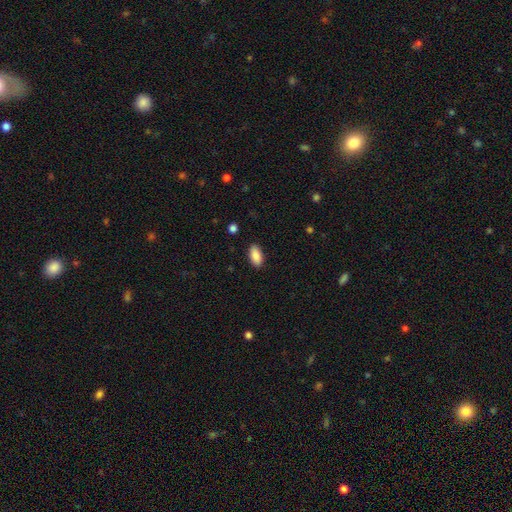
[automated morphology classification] Smooth or featured? smooth (89%)
How rounded? in between (92%)
Merging? none (89%)